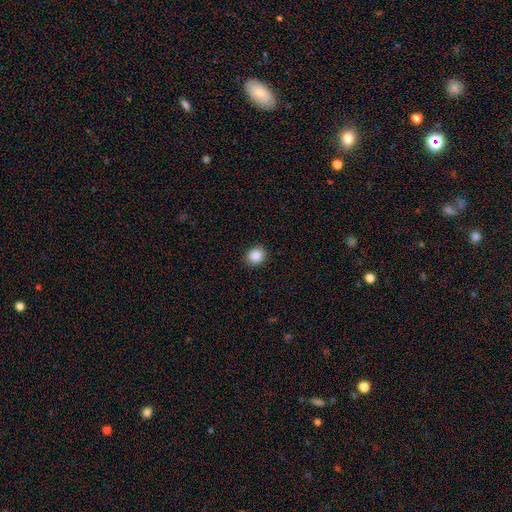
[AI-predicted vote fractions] Smooth or featured? smooth (88%)
How rounded? round (80%)
Merging? none (91%)